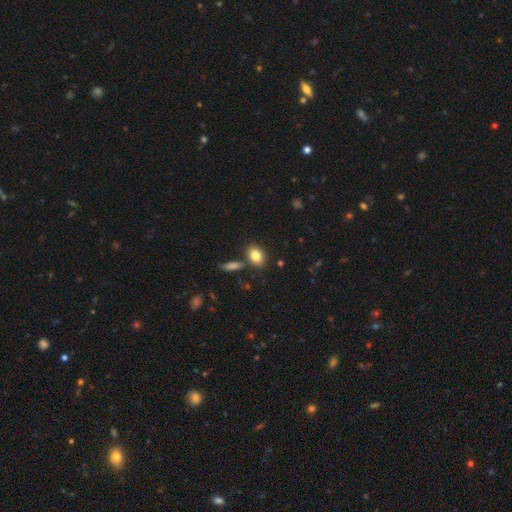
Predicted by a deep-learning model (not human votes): Morphology: type=smooth (82%); roundness=in between (73%); merging=none (76%).